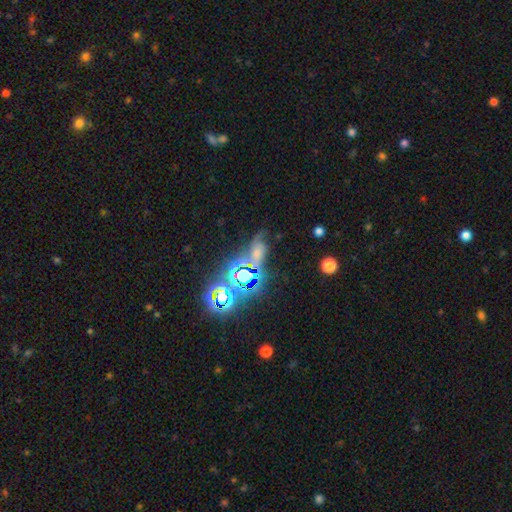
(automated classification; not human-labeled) Smooth or featured? Predicted: star or artifact (p=0.49).